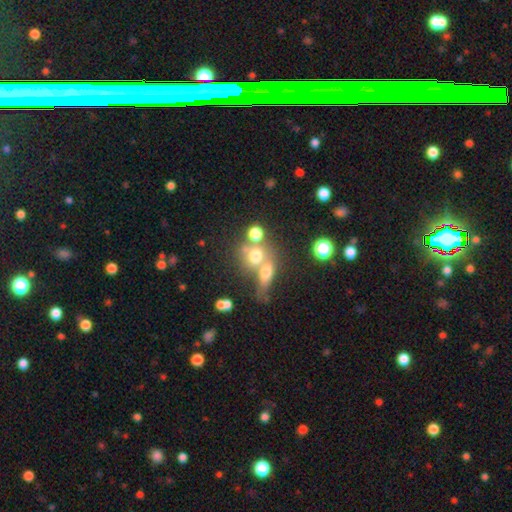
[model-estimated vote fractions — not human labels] This appears to be a smooth galaxy with no disk features (64%) that is round (69%). Merging: merger (52%).